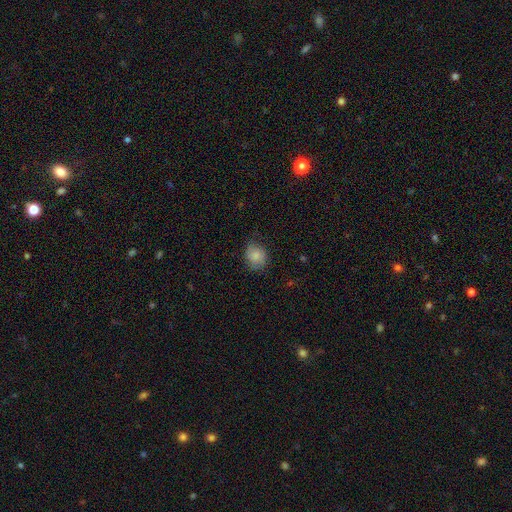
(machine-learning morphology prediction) This appears to be a smooth galaxy with no disk features (81%) that is round (63%). Merging: none (67%).